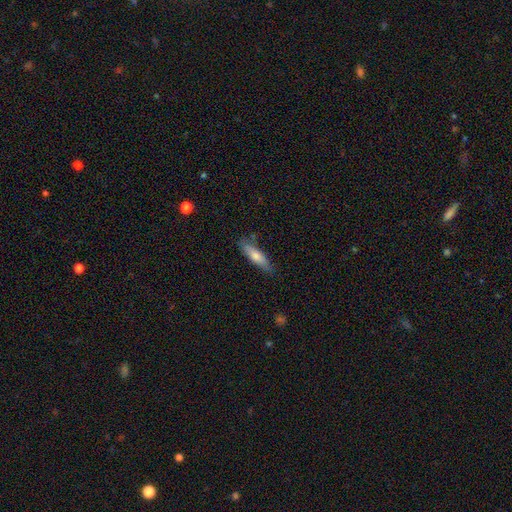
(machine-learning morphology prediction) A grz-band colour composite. It shows a smooth galaxy with no disk features (68%) that is cigar-shaped (72%). Merging: none (81%).